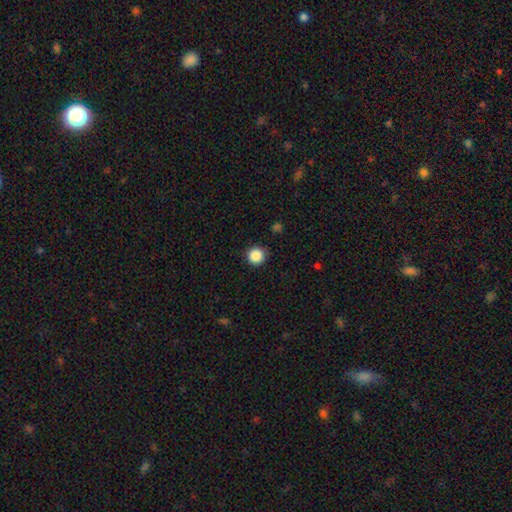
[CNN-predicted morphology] Q: Smooth or featured?
A: smooth (88%); runner-up: star or artifact (10%)
Q: How rounded?
A: round (95%); runner-up: in between (4%)
Q: Merging?
A: none (90%); runner-up: minor disturbance (7%)